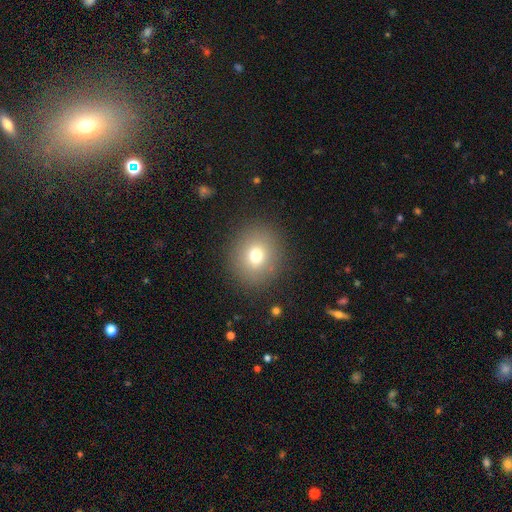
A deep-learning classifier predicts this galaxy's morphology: smooth_or_featured: smooth (p=0.73) [alt: star or artifact p=0.14]
how_rounded: round (p=0.83) [alt: in between p=0.16]
merging: none (p=0.88) [alt: minor disturbance p=0.07]